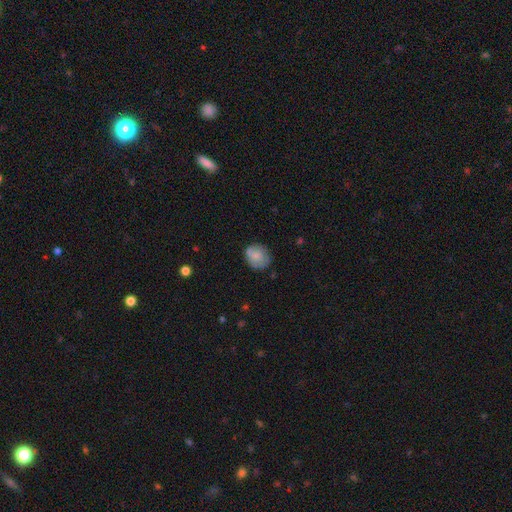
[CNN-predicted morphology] smooth-or-featured: smooth: 74% | featured or disk: 18% | star or artifact: 7%
  how-rounded: round: 67% | in between: 32% | cigar-shaped: 1%
  merging: none: 70% | minor disturbance: 22% | major disturbance: 6% | merger: 3%